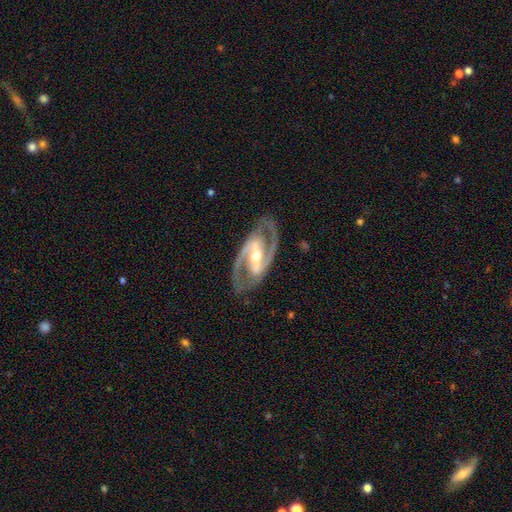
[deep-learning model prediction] Q: Smooth or featured?
A: featured or disk (93%); runner-up: star or artifact (4%)
Q: Edge-on disk?
A: no (97%); runner-up: yes (3%)
Q: Bar?
A: strong (67%); runner-up: weak (25%)
Q: Spiral arms?
A: yes (98%); runner-up: no (2%)
Q: Spiral winding?
A: medium (61%); runner-up: tight (28%)
Q: Spiral arm count?
A: 2 (94%); runner-up: can't tell (2%)
Q: Bulge size?
A: moderate (59%); runner-up: small (34%)
Q: Merging?
A: none (84%); runner-up: minor disturbance (11%)